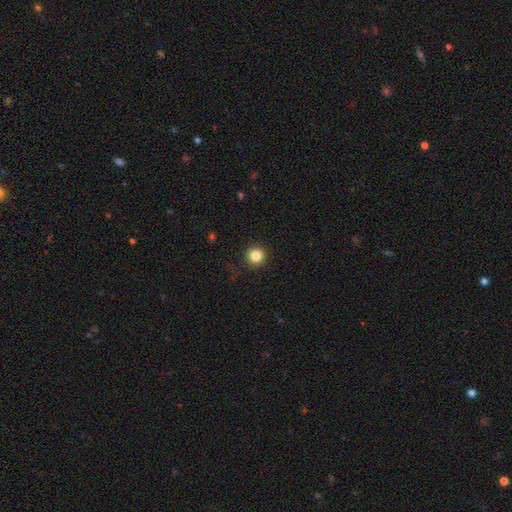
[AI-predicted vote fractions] Smooth or featured? smooth (84%)
How rounded? round (95%)
Merging? none (91%)